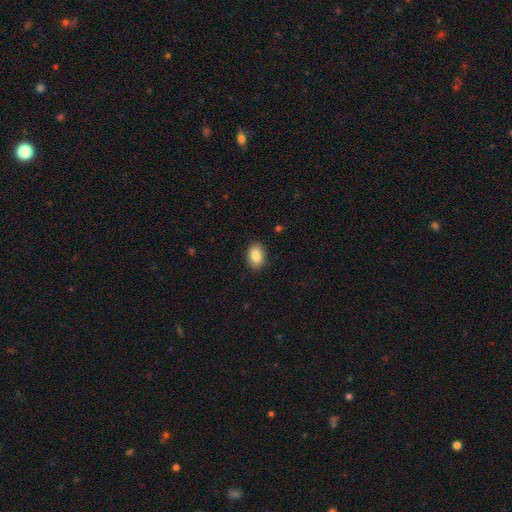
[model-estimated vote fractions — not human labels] Smooth or featured? Predicted: smooth (p=0.86). How rounded? Predicted: in between (p=0.81). Merging? Predicted: none (p=0.89).